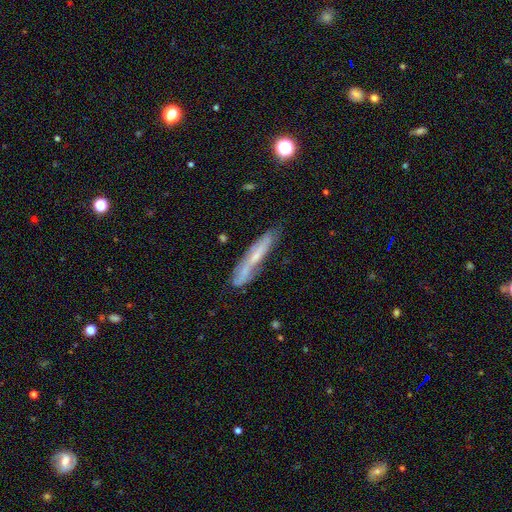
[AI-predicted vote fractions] Smooth or featured? Predicted: featured or disk (p=0.57). Edge-on disk? Predicted: yes (p=0.60). Merging? Predicted: none (p=0.65).